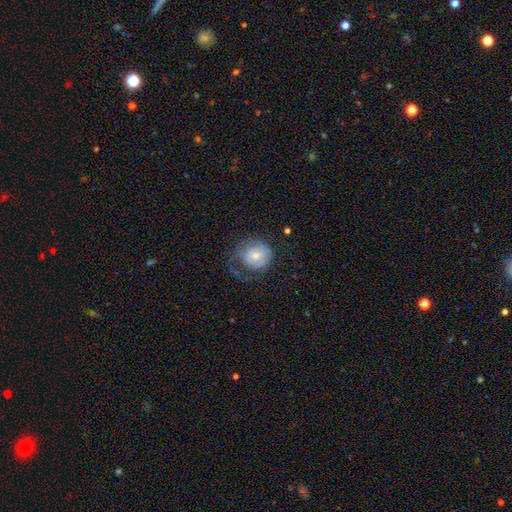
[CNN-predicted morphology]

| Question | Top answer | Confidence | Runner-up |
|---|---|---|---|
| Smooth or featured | smooth | 53% | featured or disk (39%) |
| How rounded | round | 81% | in between (18%) |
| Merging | none | 41% | major disturbance (33%) |